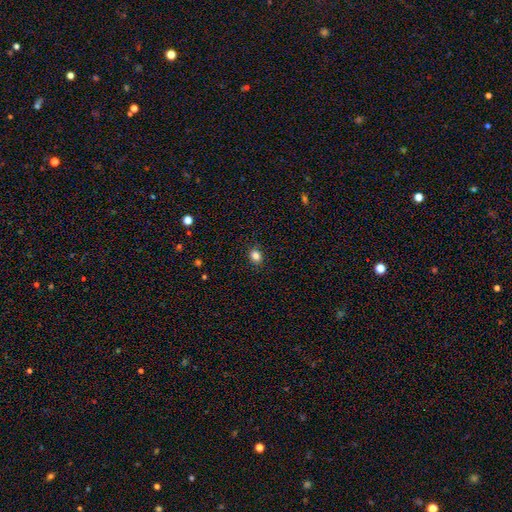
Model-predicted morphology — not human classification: Smooth or featured: smooth — 84% (star or artifact — 12%)
How rounded: round — 63% (in between — 36%)
Merging: none — 89% (minor disturbance — 8%)